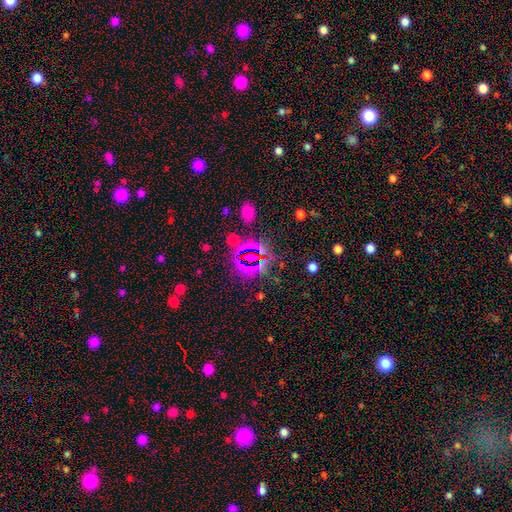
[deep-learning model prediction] Morphology: type=star or artifact (72%).